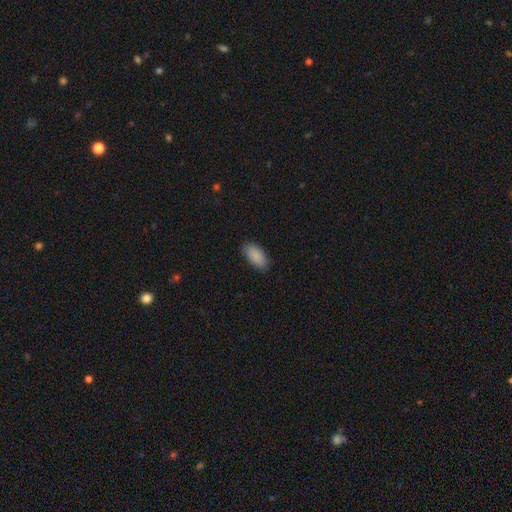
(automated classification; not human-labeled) A smooth galaxy with no disk features (89%) that is in between round and cigar-shaped (93%). Merging: none (85%).